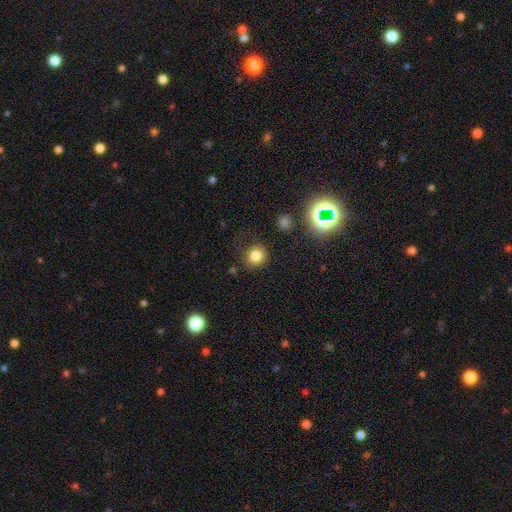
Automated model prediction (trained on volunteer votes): A smooth galaxy with no disk features (80%) that is round (90%).

Vote fractions:
- Smooth or featured? smooth: 80% / star or artifact: 14% / featured or disk: 6%
- How rounded? round: 90% / in between: 9% / cigar-shaped: 1%
- Merging? none: 83% / minor disturbance: 10% / major disturbance: 4% / merger: 2%